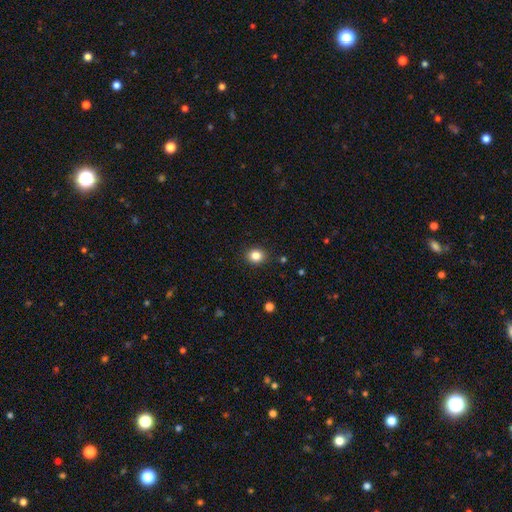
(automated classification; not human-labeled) Morphology: type=smooth (83%); roundness=round (75%); merging=none (90%).